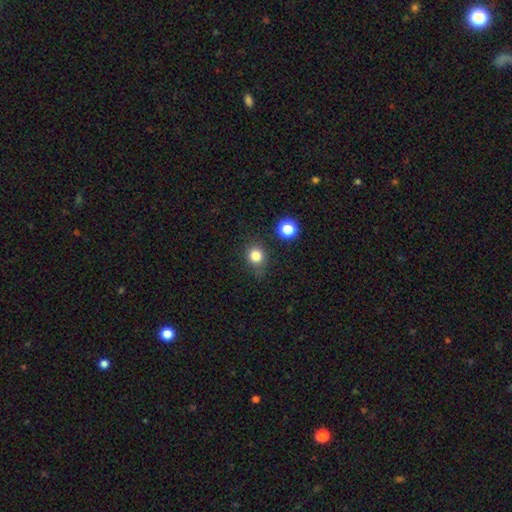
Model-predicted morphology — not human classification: This is clearly a smooth galaxy (82%). How rounded: clearly round (83%). Merging: likely none (75%).